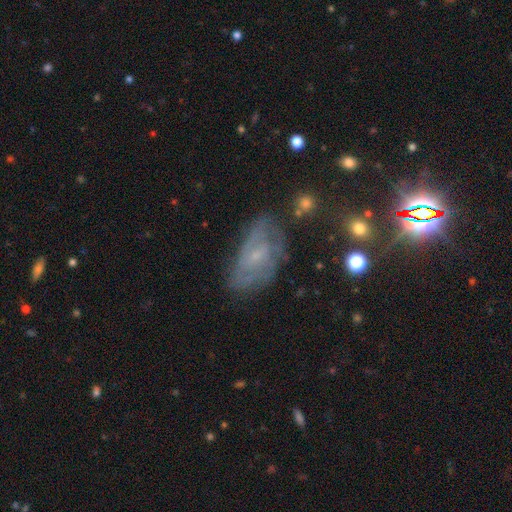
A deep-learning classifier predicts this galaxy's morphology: smooth-or-featured: featured or disk: 63% | smooth: 25% | star or artifact: 11%
  disk-edge-on: no: 94% | yes: 6%
    bar: no: 51% | weak: 41% | strong: 8%
    has-spiral-arms: yes: 75% | no: 25%
    bulge-size: small: 68% | moderate: 18% | none: 12% | large: 1% | dominant: 1%
  merging: none: 59% | minor disturbance: 25% | major disturbance: 12% | merger: 3%